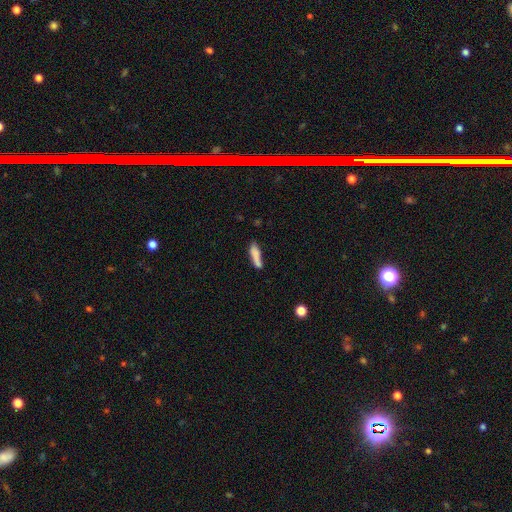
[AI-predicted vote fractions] Smooth or featured?
  - smooth: 78% *
  - featured or disk: 14%
  - star or artifact: 8%
How rounded?
  - cigar-shaped: 71% *
  - in between: 28%
  - round: 2%
Merging?
  - none: 55% *
  - minor disturbance: 23%
  - merger: 14%
  - major disturbance: 8%